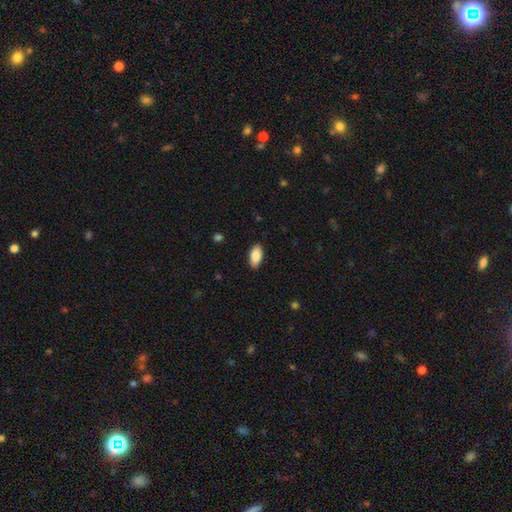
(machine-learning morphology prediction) Smooth or featured? smooth (86%)
How rounded? in between (92%)
Merging? none (88%)